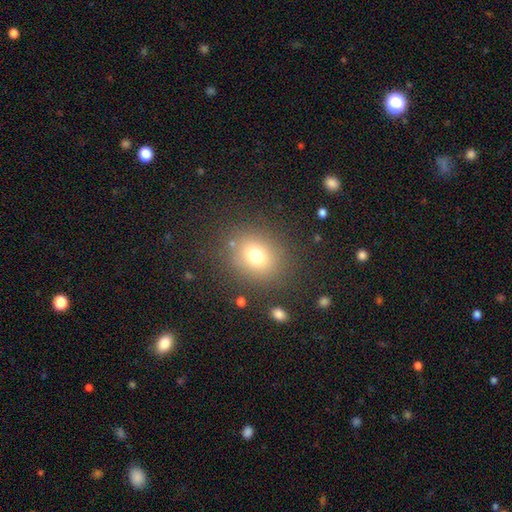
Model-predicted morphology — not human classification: Smooth or featured? smooth (72%)
How rounded? round (64%)
Merging? none (81%)